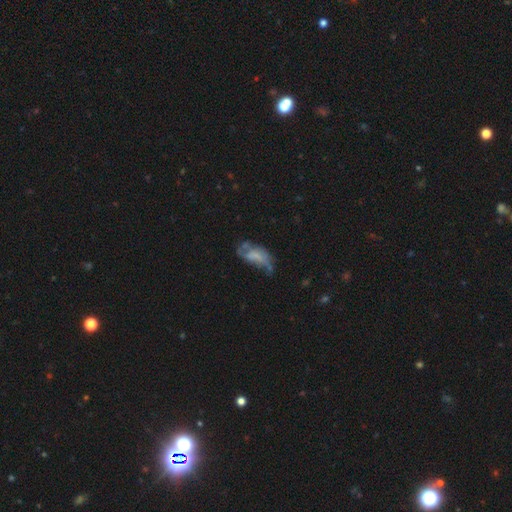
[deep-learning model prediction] Smooth or featured?
  - featured or disk: 49% *
  - smooth: 40%
  - star or artifact: 11%
Merging?
  - major disturbance: 37% *
  - none: 27%
  - minor disturbance: 27%
  - merger: 9%